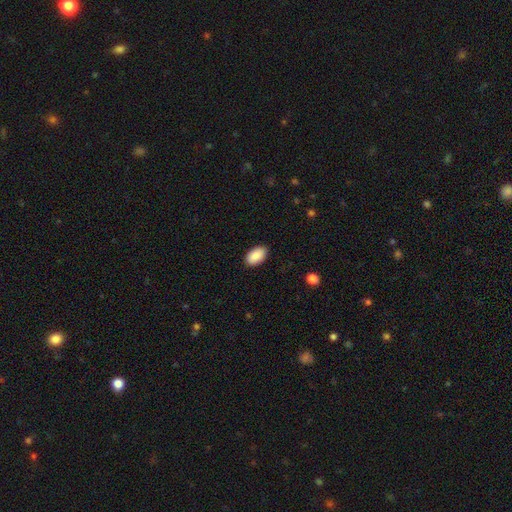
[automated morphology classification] Smooth or featured? smooth (90%)
How rounded? in between (95%)
Merging? none (89%)